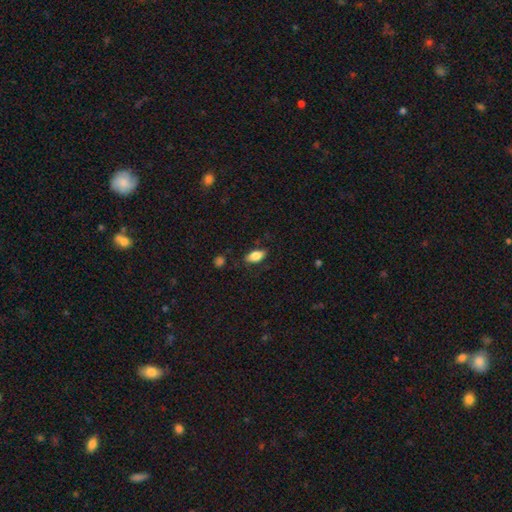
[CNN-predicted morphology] This is clearly a smooth galaxy (81%). How rounded: clearly in between (88%). Merging: clearly none (81%).